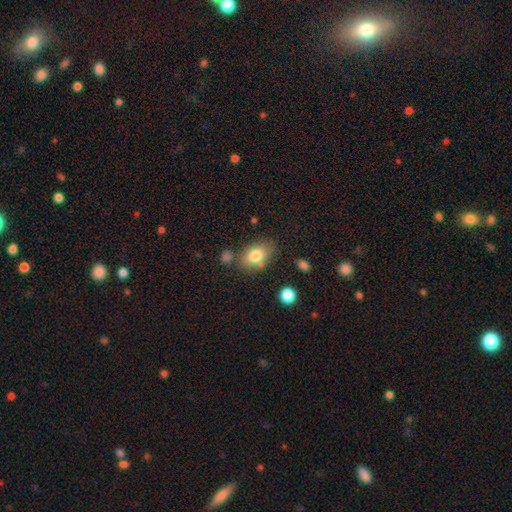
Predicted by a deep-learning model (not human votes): smooth_or_featured: smooth (p=0.78) [alt: featured or disk p=0.13]
how_rounded: in between (p=0.82) [alt: round p=0.16]
merging: none (p=0.70) [alt: minor disturbance p=0.16]